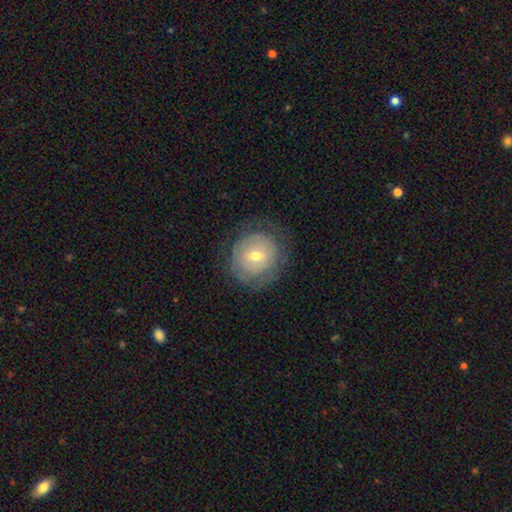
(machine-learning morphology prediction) smooth-or-featured: featured or disk: 46% | smooth: 45% | star or artifact: 9%
  merging: none: 73% | minor disturbance: 17% | major disturbance: 9% | merger: 1%